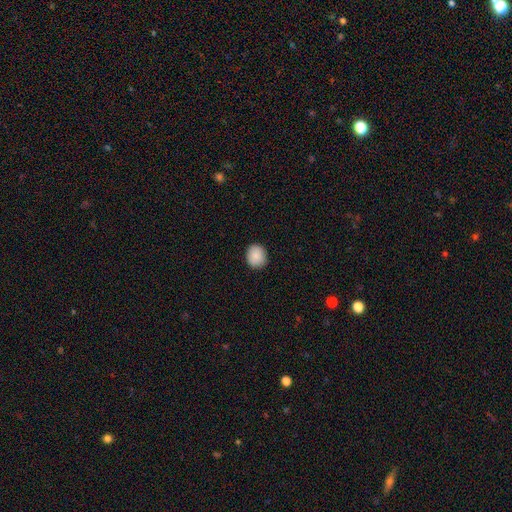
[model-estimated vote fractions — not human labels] Smooth or featured? smooth (89%)
How rounded? round (69%)
Merging? none (89%)